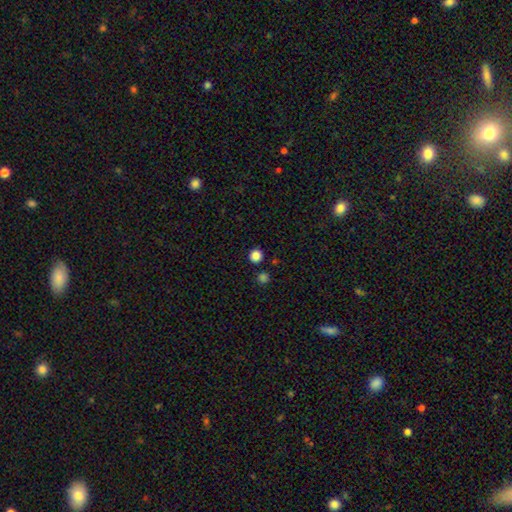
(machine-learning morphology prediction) smooth 85%, star or artifact 12%, featured or disk 3%. Down the decision tree: how rounded — round (95%); merging — none (90%).